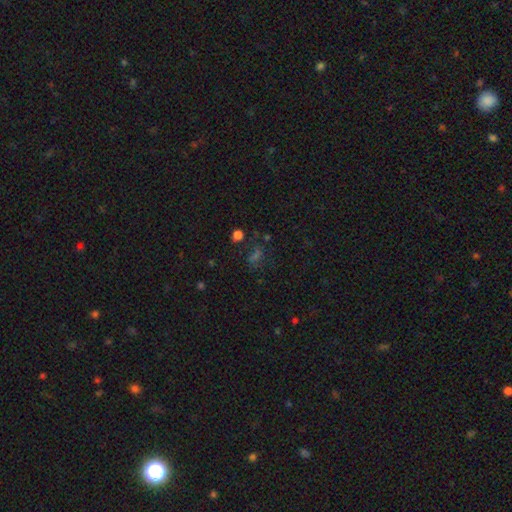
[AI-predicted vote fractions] A star or artifact, not a galaxy (47%).